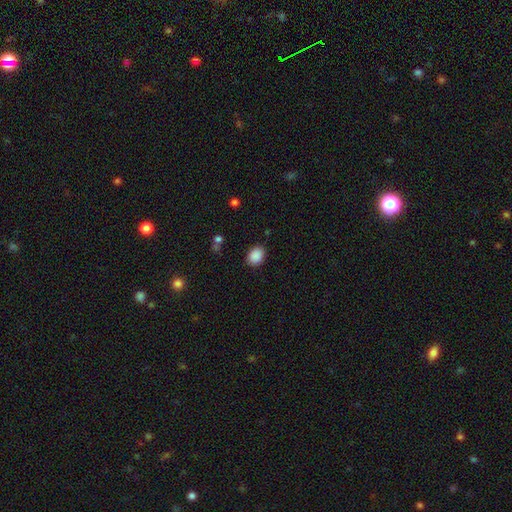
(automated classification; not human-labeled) smooth-or-featured: smooth: 89% | star or artifact: 8% | featured or disk: 3%
  how-rounded: in between: 60% | round: 39% | cigar-shaped: 1%
  merging: none: 85% | minor disturbance: 11% | major disturbance: 3% | merger: 1%